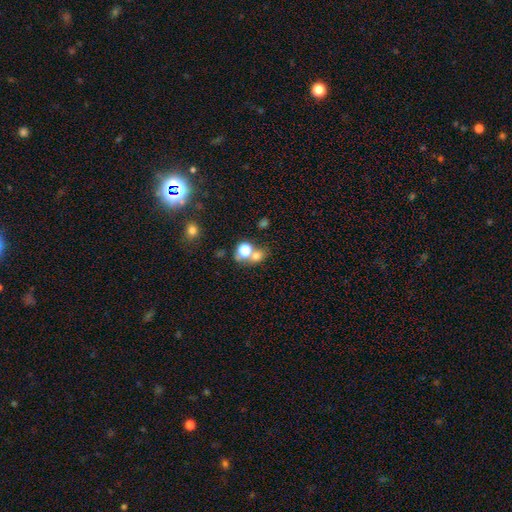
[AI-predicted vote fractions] A smooth galaxy with no disk features (68%) that is round (67%). Merging: none (49%).